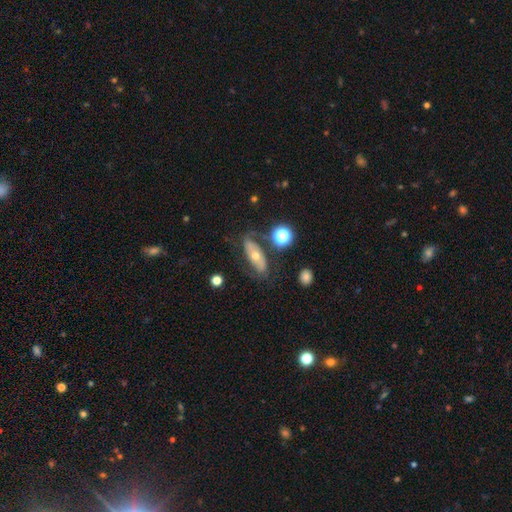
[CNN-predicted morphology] type=featured or disk (58%); edge-on=no (79%); merging=none (67%).